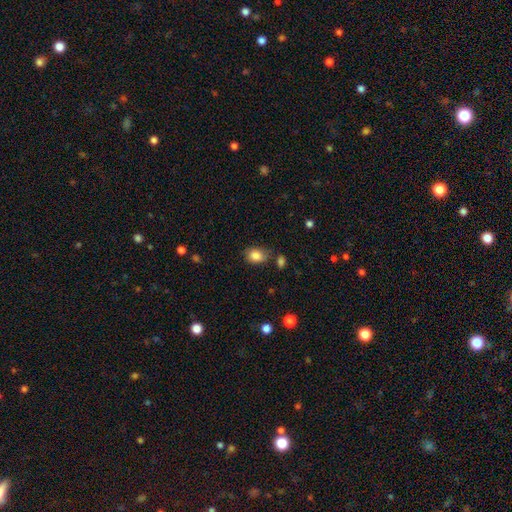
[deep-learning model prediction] Smooth or featured? smooth (85%)
How rounded? in between (70%)
Merging? none (66%)